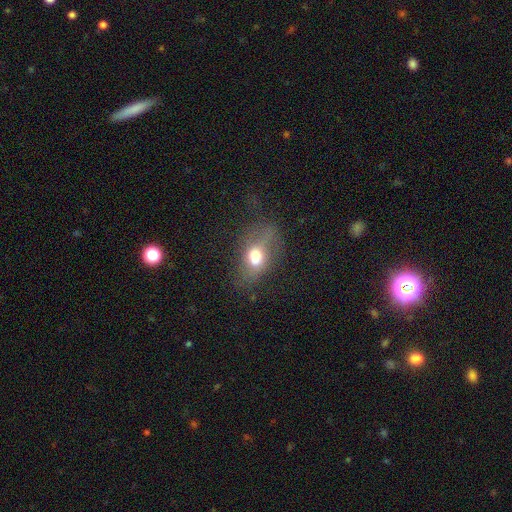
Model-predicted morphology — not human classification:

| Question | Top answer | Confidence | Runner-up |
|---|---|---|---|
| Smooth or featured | smooth | 59% | featured or disk (28%) |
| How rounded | in between | 78% | round (19%) |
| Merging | none | 39% | major disturbance (30%) |